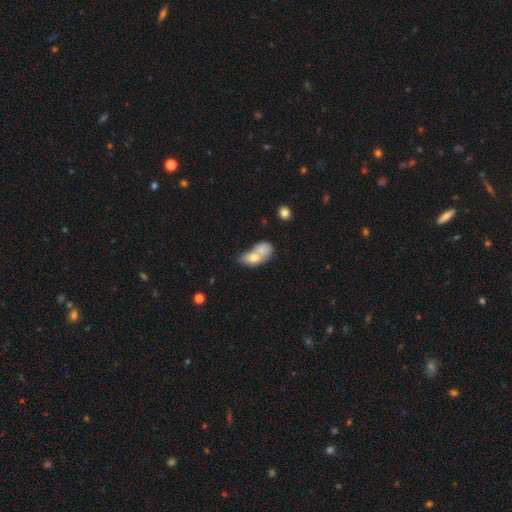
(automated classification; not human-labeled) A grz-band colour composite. It shows a smooth galaxy with no disk features (71%) that is in between round and cigar-shaped (80%). Merging: merger (67%).